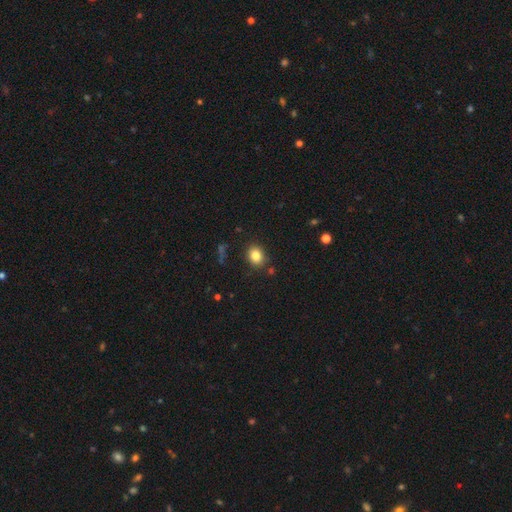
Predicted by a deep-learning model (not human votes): Smooth or featured? smooth (83%)
How rounded? round (54%)
Merging? none (86%)